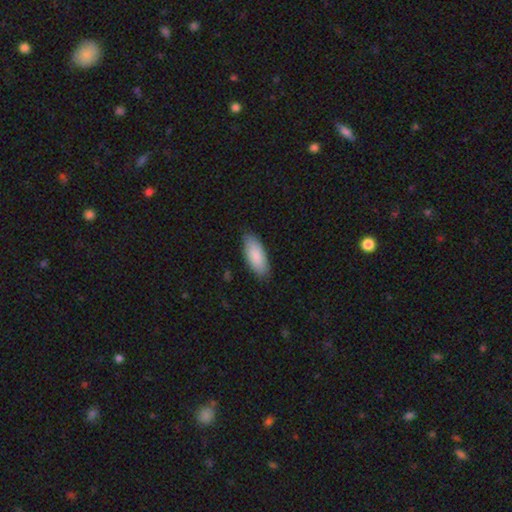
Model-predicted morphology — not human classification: smooth_or_featured: smooth (p=0.88) [alt: featured or disk p=0.07]
how_rounded: in between (p=0.83) [alt: cigar-shaped p=0.16]
merging: none (p=0.84) [alt: minor disturbance p=0.12]